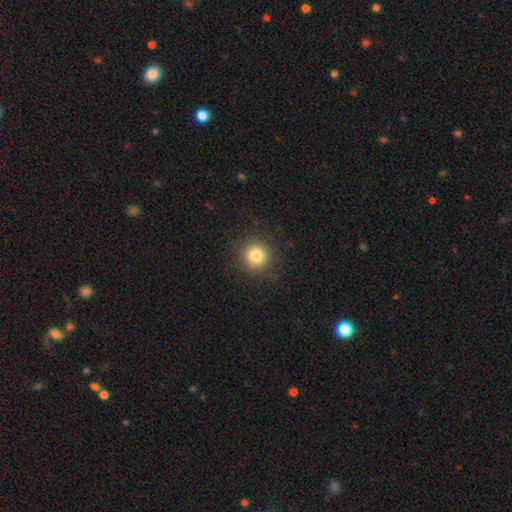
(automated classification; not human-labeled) Q: Smooth or featured?
A: smooth (82%); runner-up: star or artifact (12%)
Q: How rounded?
A: round (93%); runner-up: in between (6%)
Q: Merging?
A: none (89%); runner-up: minor disturbance (7%)